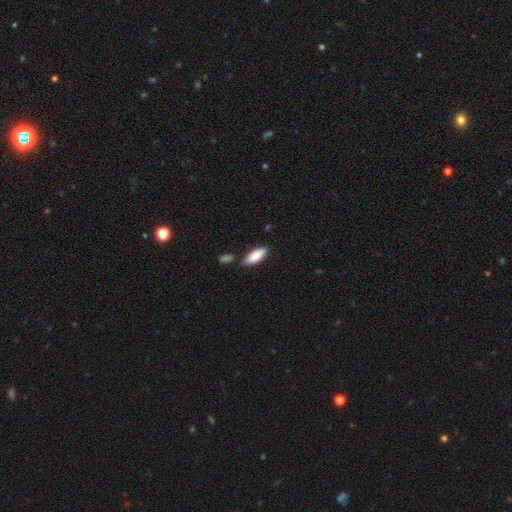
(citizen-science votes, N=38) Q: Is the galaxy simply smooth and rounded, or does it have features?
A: smooth — 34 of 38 (89%).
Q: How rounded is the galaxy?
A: in between — 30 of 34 (88%).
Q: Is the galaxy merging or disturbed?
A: none — 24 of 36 (67%).